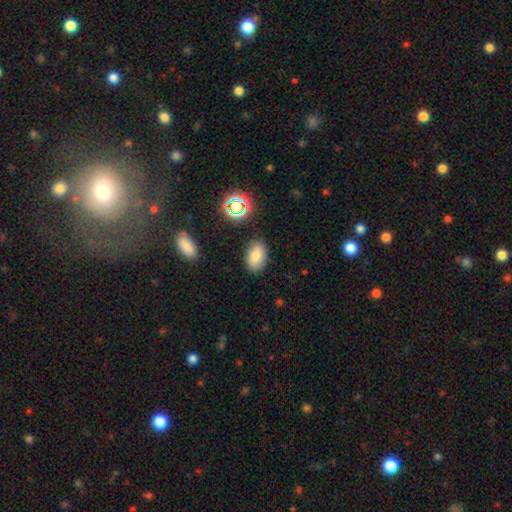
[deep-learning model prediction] The model was most divided on "smooth or featured": smooth: 79%, star or artifact: 12%, featured or disk: 9%. More confident: how rounded — in between (89%); merging — none (83%).